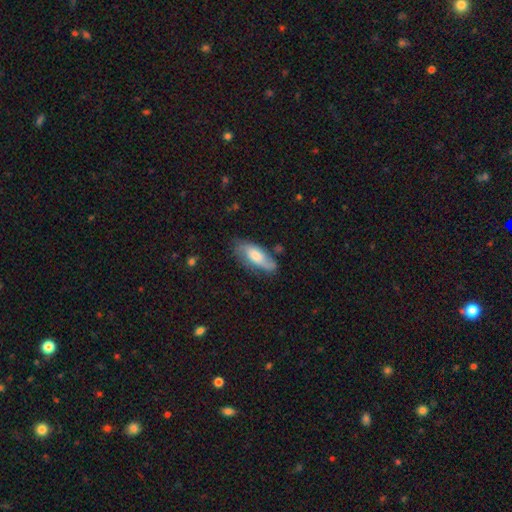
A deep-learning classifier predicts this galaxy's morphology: smooth 55%, featured or disk 38%, star or artifact 7%. Down the decision tree: how rounded — in between (76%); merging — none (68%).